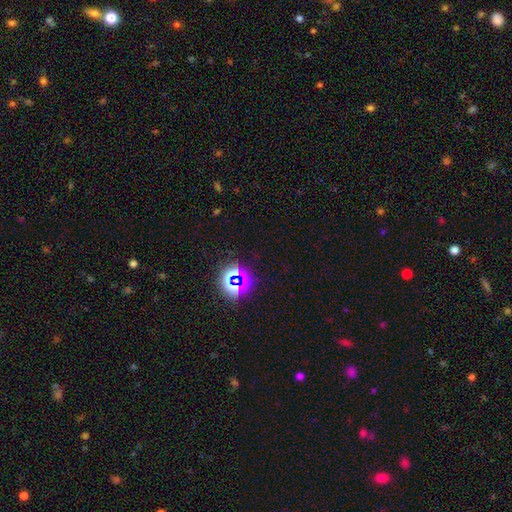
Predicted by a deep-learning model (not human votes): A star or artifact, not a galaxy (74%).

Vote fractions:
- Smooth or featured? star or artifact: 74% / smooth: 18% / featured or disk: 9%